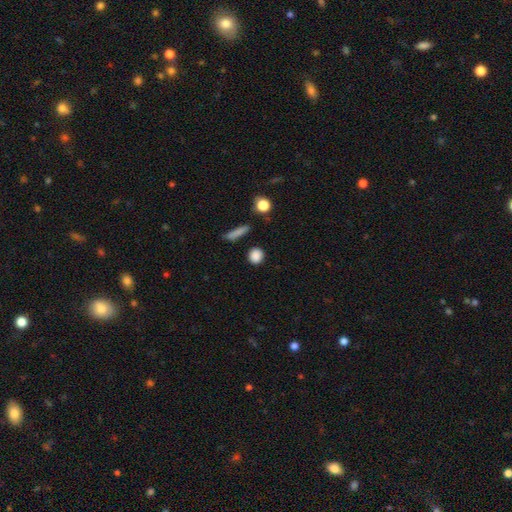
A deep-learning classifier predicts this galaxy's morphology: A smooth galaxy with no disk features (86%) that is round (82%).

Vote fractions:
- Smooth or featured? smooth: 86% / star or artifact: 9% / featured or disk: 4%
- How rounded? round: 82% / in between: 14% / cigar-shaped: 3%
- Merging? none: 88% / minor disturbance: 7% / merger: 3% / major disturbance: 2%